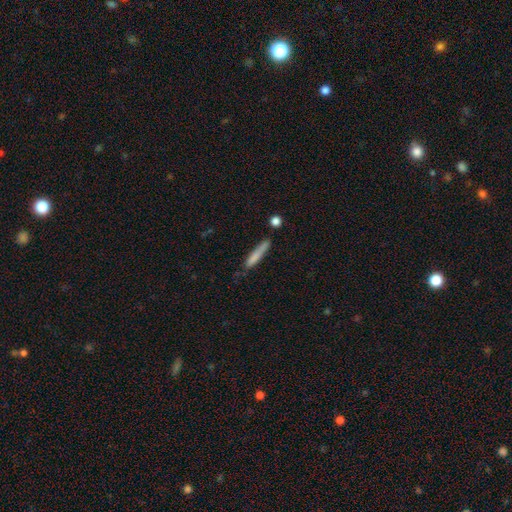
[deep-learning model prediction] Smooth or featured?
  - smooth: 77% *
  - featured or disk: 17%
  - star or artifact: 7%
How rounded?
  - cigar-shaped: 92% *
  - in between: 7%
  - round: 1%
Merging?
  - none: 67% *
  - minor disturbance: 22%
  - major disturbance: 5%
  - merger: 5%